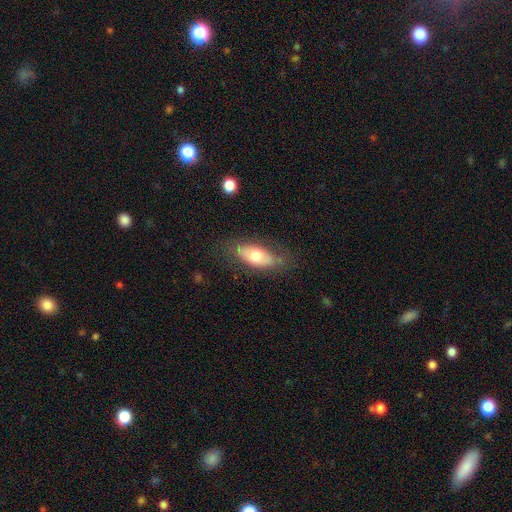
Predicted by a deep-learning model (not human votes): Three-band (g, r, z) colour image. It shows a smooth galaxy with no disk features (64%) that is in between round and cigar-shaped (86%). Merging: none (70%).